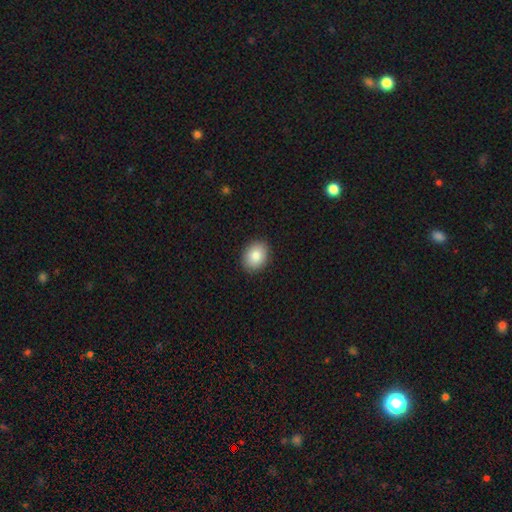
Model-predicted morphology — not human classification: Smooth or featured?
  - smooth: 85% *
  - star or artifact: 8%
  - featured or disk: 8%
How rounded?
  - in between: 56% *
  - round: 43%
  - cigar-shaped: 1%
Merging?
  - none: 89% *
  - minor disturbance: 8%
  - major disturbance: 2%
  - merger: 1%